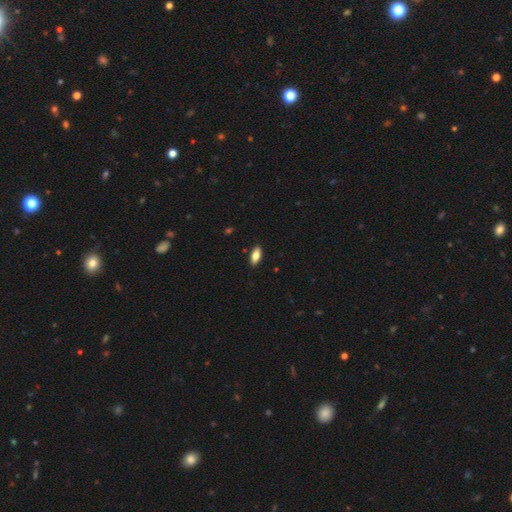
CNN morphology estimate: type=smooth (79%); roundness=in between (84%); merging=none (89%).